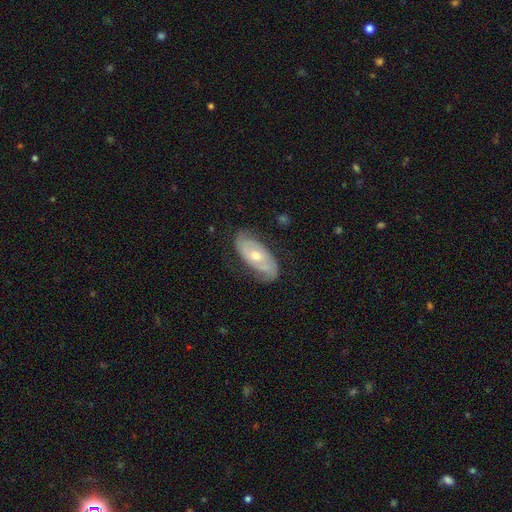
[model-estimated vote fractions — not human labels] A featured or disk galaxy (76%) with no bar (70%), 2 (73%) tight (56%) spiral arms (87%) and a moderate central bulge (58%).

Vote fractions:
- Smooth or featured? featured or disk: 76% / smooth: 18% / star or artifact: 6%
- Edge-on disk? no: 92% / yes: 8%
- Bar? no: 70% / weak: 23% / strong: 7%
- Spiral arms? yes: 87% / no: 13%
- Spiral winding? tight: 56% / medium: 31% / loose: 13%
- Spiral arm count? 2: 73% / can't tell: 18% / 1: 3% / 3: 3% / 4: 1% / more than 4: 1%
- Bulge size? moderate: 58% / small: 38% / large: 2% / none: 1% / dominant: 1%
- Merging? none: 76% / minor disturbance: 17% / major disturbance: 6% / merger: 1%